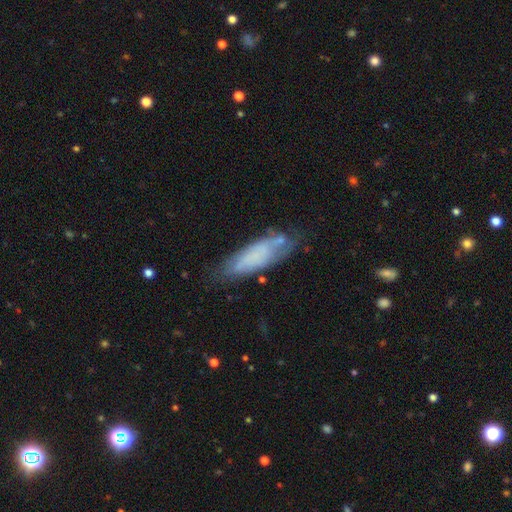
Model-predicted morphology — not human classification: A smooth galaxy with no disk features (58%) that is in between round and cigar-shaped (52%).

Vote fractions:
- Smooth or featured? smooth: 58% / featured or disk: 33% / star or artifact: 9%
- How rounded? in between: 52% / cigar-shaped: 46% / round: 2%
- Merging? none: 57% / minor disturbance: 27% / major disturbance: 10% / merger: 5%